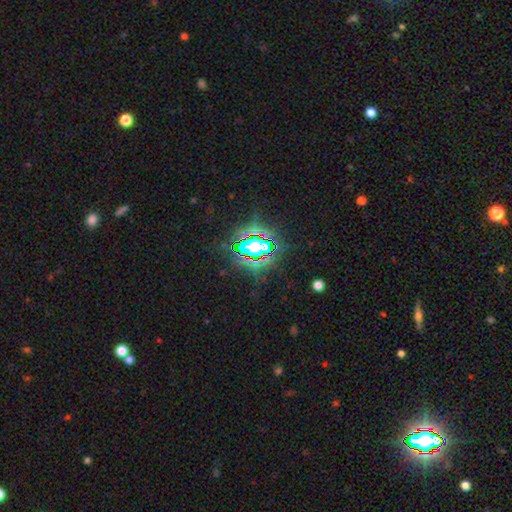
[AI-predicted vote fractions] Smooth or featured? star or artifact (80%)